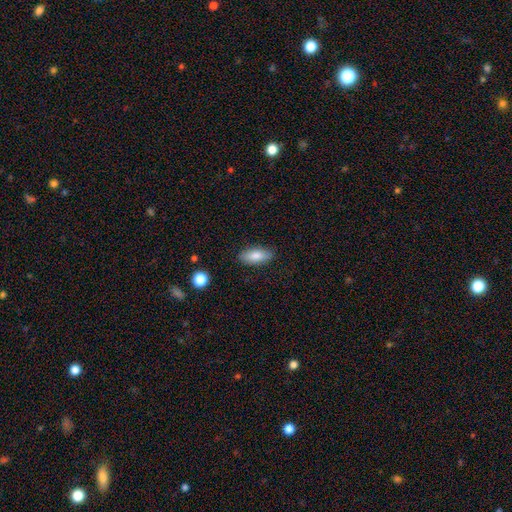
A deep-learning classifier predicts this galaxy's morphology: Smooth or featured: smooth — 82% (featured or disk — 11%)
How rounded: in between — 82% (cigar-shaped — 16%)
Merging: none — 86% (minor disturbance — 10%)